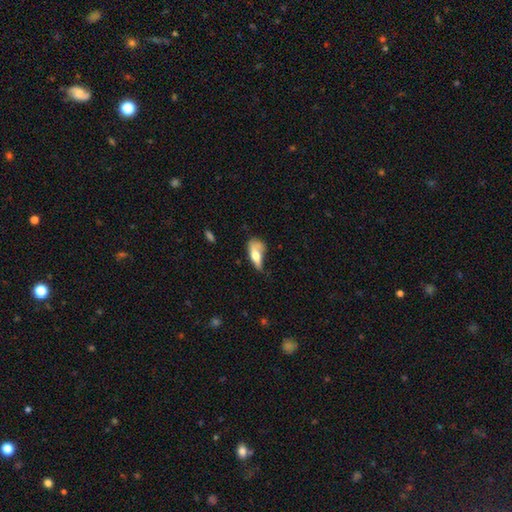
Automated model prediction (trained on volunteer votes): Overall: smooth (62%; featured or disk 30%). How rounded: in between (71%). Merging: minor disturbance (32%; major disturbance 30%).